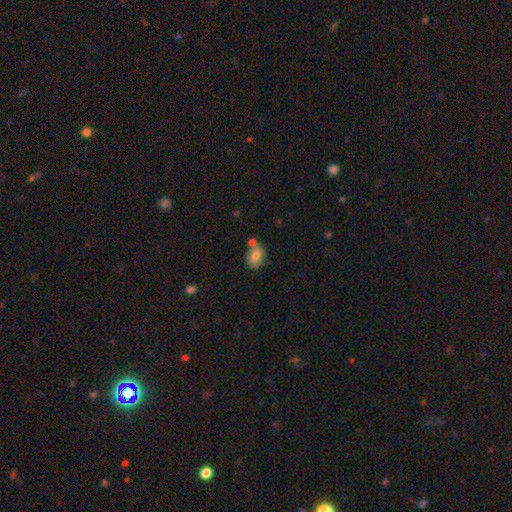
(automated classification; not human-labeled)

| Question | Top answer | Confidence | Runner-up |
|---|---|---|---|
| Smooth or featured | smooth | 80% | featured or disk (12%) |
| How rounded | in between | 80% | round (19%) |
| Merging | none | 57% | merger (22%) |